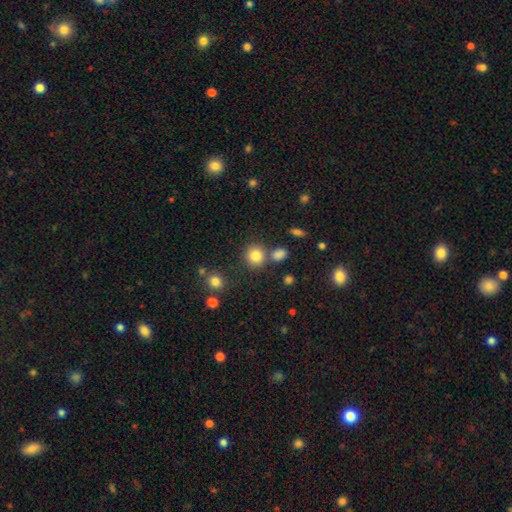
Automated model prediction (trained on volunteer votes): smooth 83%, star or artifact 12%, featured or disk 6%. Down the decision tree: how rounded — round (87%); merging — none (74%).